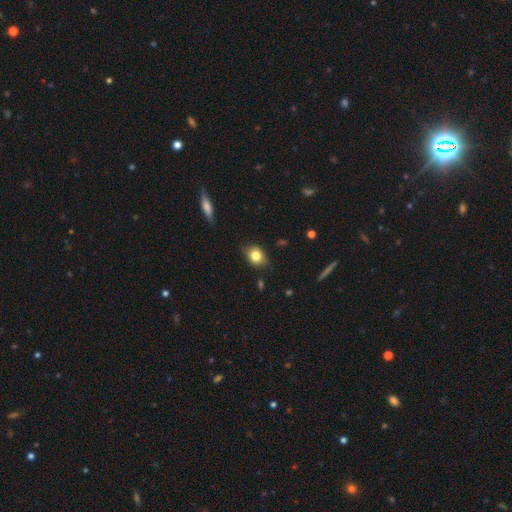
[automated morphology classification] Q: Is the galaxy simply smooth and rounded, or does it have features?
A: smooth — 81%.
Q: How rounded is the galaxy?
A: in between — 55%.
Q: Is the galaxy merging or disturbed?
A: none — 82%.